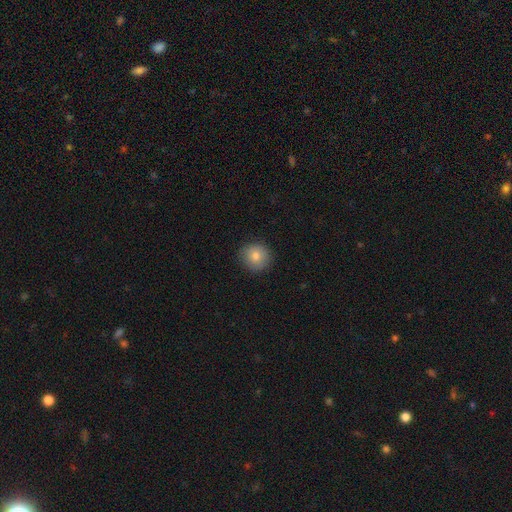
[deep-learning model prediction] Overall: smooth (81%). How rounded: round (91%). Merging: none (90%).